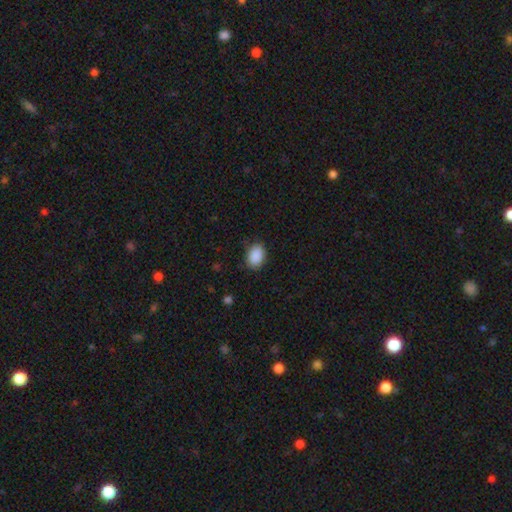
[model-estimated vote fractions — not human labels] A smooth galaxy with no disk features (90%) that is in between round and cigar-shaped (81%).

Vote fractions:
- Smooth or featured? smooth: 90% / star or artifact: 7% / featured or disk: 3%
- How rounded? in between: 81% / round: 18% / cigar-shaped: 1%
- Merging? none: 85% / minor disturbance: 11% / major disturbance: 3% / merger: 1%